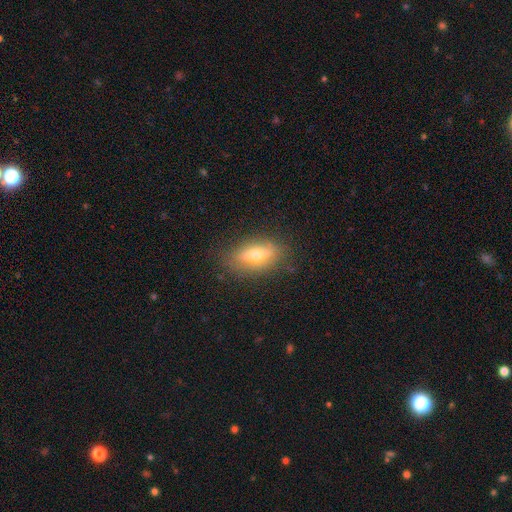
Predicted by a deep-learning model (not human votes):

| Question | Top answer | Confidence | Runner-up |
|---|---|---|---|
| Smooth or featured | smooth | 50% | featured or disk (42%) |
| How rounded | in between | 72% | cigar-shaped (21%) |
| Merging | none | 83% | minor disturbance (13%) |